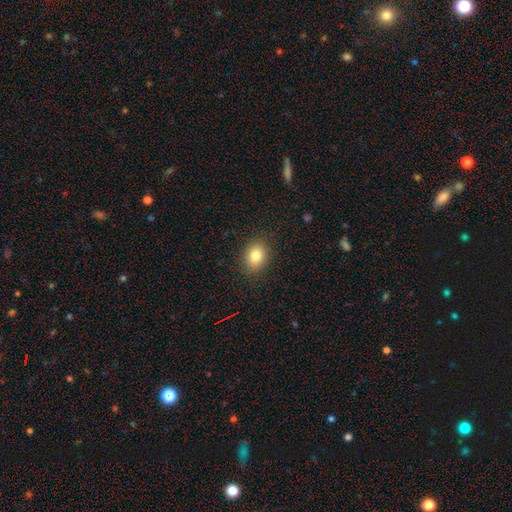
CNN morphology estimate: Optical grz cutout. It shows a smooth galaxy with no disk features (81%) that is in between round and cigar-shaped (57%). Merging: none (89%).